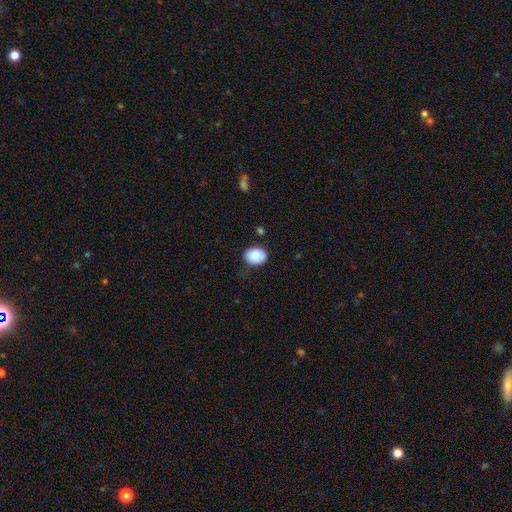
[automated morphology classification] This is clearly a smooth galaxy (87%). How rounded: possibly in between (59%). Merging: likely none (73%).